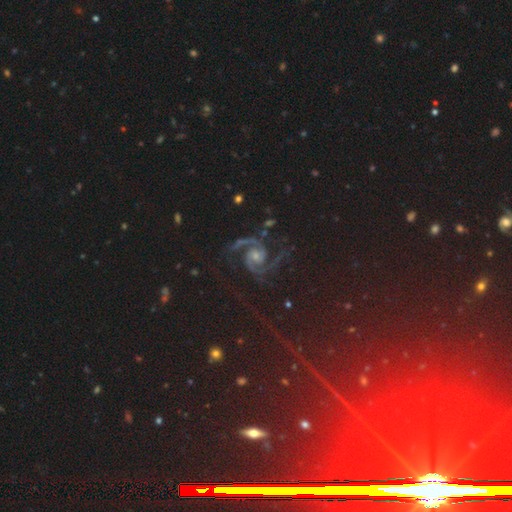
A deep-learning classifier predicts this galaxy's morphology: smooth-or-featured: featured or disk: 73% | star or artifact: 18% | smooth: 8%
  disk-edge-on: no: 98% | yes: 2%
    bar: no: 65% | weak: 27% | strong: 9%
    has-spiral-arms: yes: 97% | no: 3%
      spiral-winding: medium: 57% | tight: 27% | loose: 16%
      spiral-arm-count: 2: 89% | 3: 3% | can't tell: 3% | 1: 2% | 4: 2% | more than 4: 2%
    bulge-size: moderate: 45% | small: 43% | large: 6% | none: 4% | dominant: 2%
  merging: none: 73% | minor disturbance: 15% | major disturbance: 9% | merger: 3%